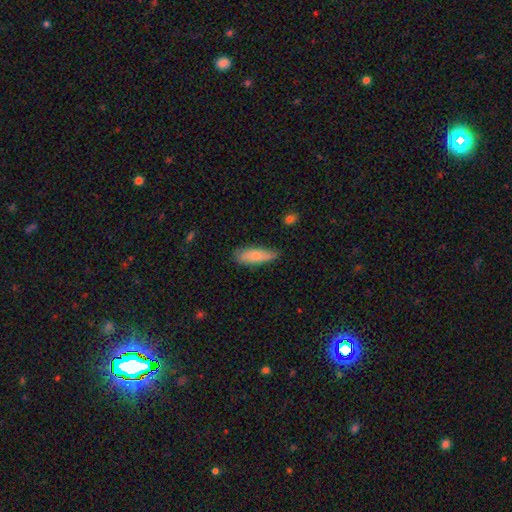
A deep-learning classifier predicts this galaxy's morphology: smooth_or_featured: smooth (p=0.74) [alt: featured or disk p=0.20]
how_rounded: in between (p=0.57) [alt: cigar-shaped p=0.41]
merging: none (p=0.72) [alt: minor disturbance p=0.22]